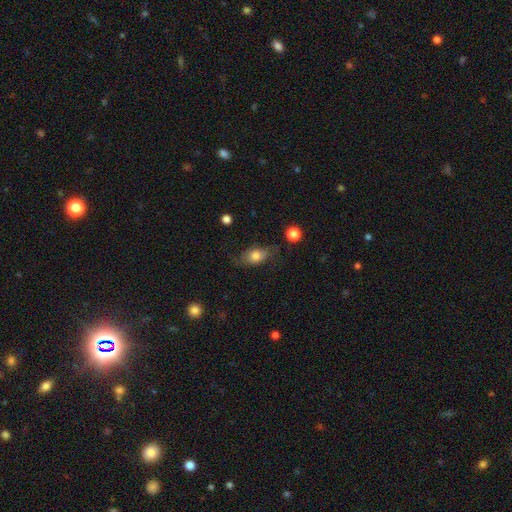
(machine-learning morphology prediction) A smooth galaxy with no disk features (72%) that is in between round and cigar-shaped (79%). Merging: none (63%).